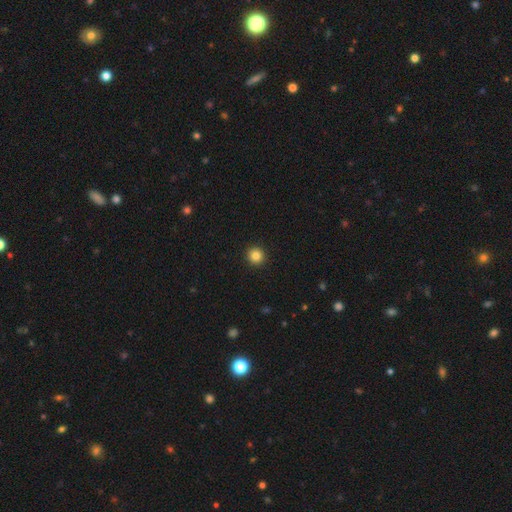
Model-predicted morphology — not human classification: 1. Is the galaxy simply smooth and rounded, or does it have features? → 85% smooth, 11% star or artifact, 4% featured or disk.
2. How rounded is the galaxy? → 95% round, 4% in between, 1% cigar-shaped.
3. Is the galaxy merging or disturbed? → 93% none, 4% minor disturbance, 2% major disturbance, 1% merger.